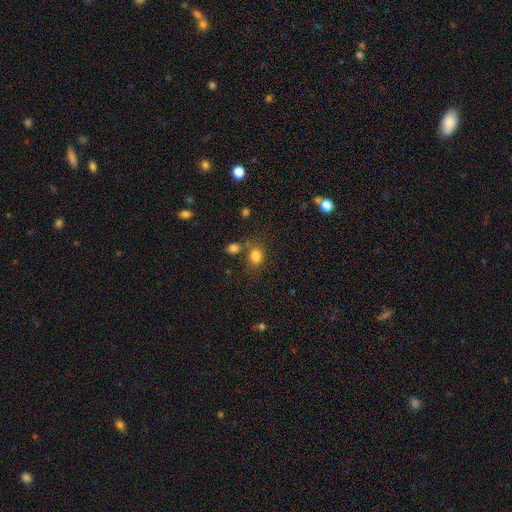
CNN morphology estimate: smooth_or_featured: smooth (p=0.81) [alt: star or artifact p=0.13]
how_rounded: in between (p=0.54) [alt: round p=0.44]
merging: none (p=0.63) [alt: merger p=0.17]